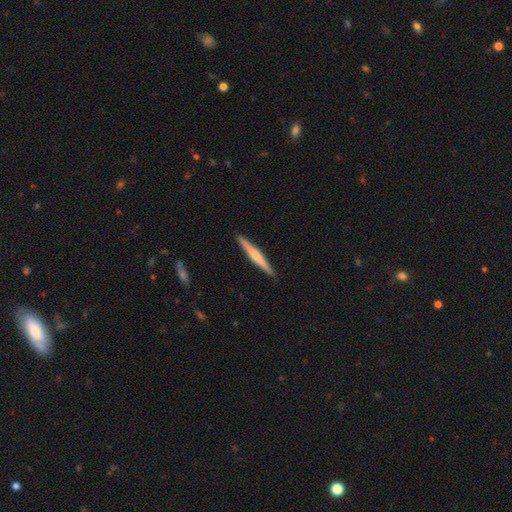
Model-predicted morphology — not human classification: Smooth or featured?
  - featured or disk: 53% *
  - smooth: 42%
  - star or artifact: 5%
Edge-on disk?
  - yes: 98% *
  - no: 2%
Edge-on bulge?
  - rounded: 52% *
  - none: 32%
  - boxy: 16%
Merging?
  - none: 92% *
  - minor disturbance: 6%
  - major disturbance: 1%
  - merger: 1%